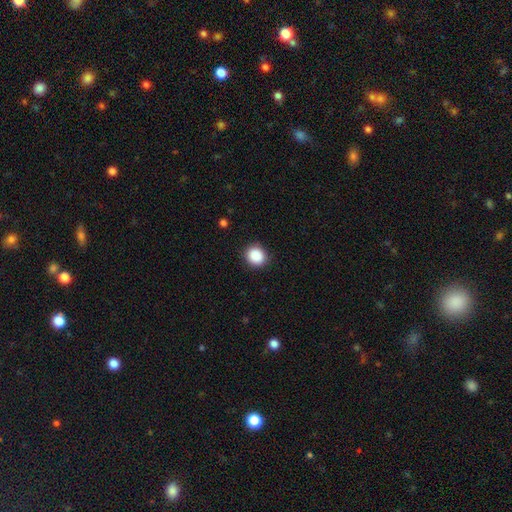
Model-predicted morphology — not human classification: Smooth or featured? Predicted: smooth (p=0.89). How rounded? Predicted: round (p=0.84). Merging? Predicted: none (p=0.90).